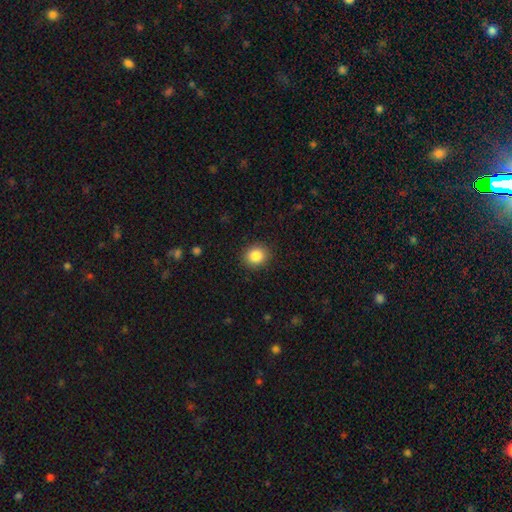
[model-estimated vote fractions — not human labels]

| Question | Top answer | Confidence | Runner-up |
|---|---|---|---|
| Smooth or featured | smooth | 86% | star or artifact (9%) |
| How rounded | round | 79% | in between (20%) |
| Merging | none | 90% | minor disturbance (7%) |